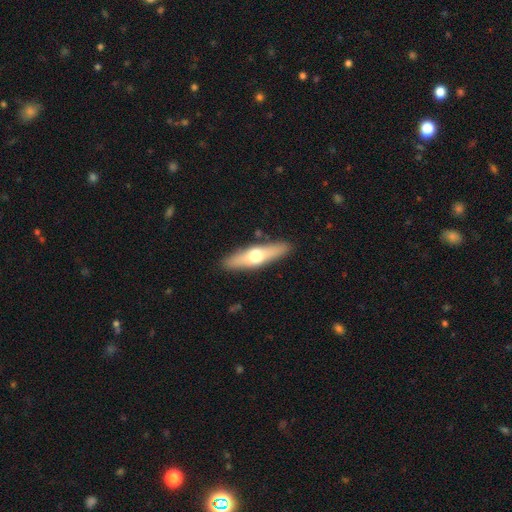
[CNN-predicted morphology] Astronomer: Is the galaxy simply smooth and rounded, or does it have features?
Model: smooth — 48% (runner-up: featured or disk, 46%).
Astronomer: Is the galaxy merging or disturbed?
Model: none — 88%.